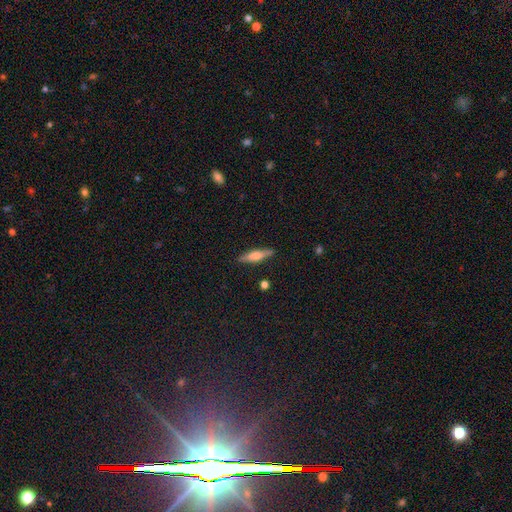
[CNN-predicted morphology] smooth 47%, featured or disk 46%, star or artifact 7%. Down the decision tree: merging — none (86%).